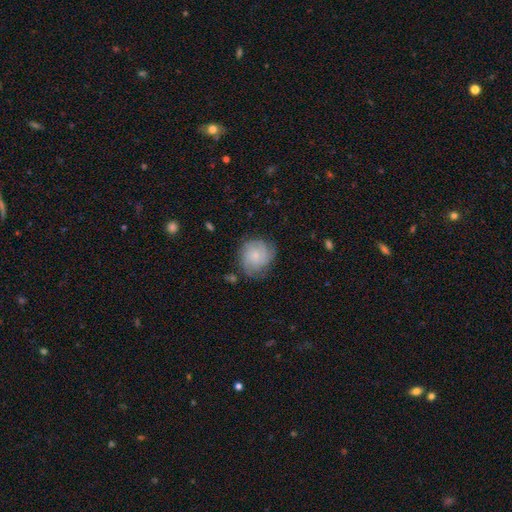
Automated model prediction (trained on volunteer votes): This is likely a featured or disk galaxy (60%). It is clearly not viewed edge-on (98%). Bar: likely no (79%). Spiral arm pattern: clearly yes (90%). Spiral arm count: marginally can't tell (33%). Spiral winding: possibly tight (59%). Central bulge: likely small (66%). Merging: likely none (70%).